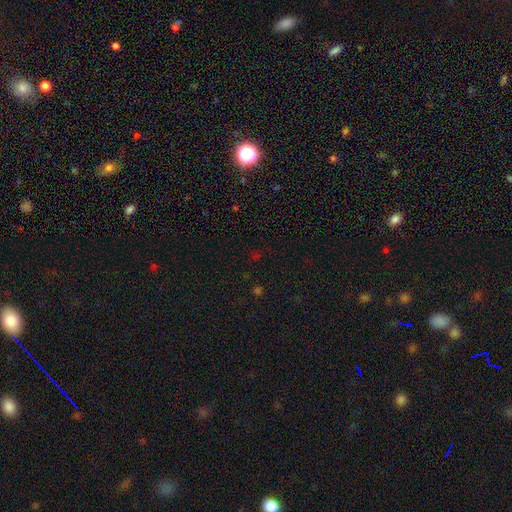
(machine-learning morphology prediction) smooth_or_featured: star or artifact (p=0.58) [alt: smooth p=0.35]